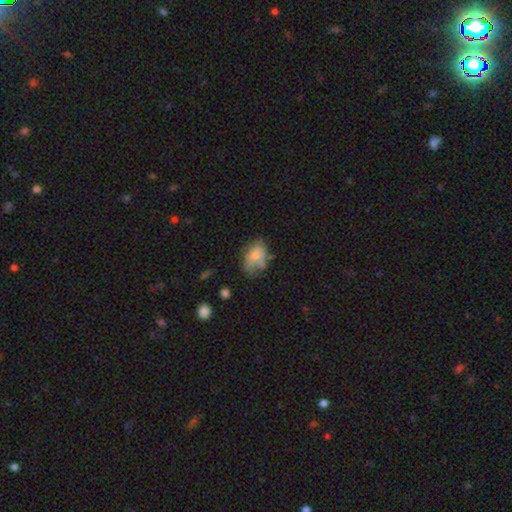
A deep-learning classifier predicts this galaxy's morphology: This is likely a smooth galaxy (69%). How rounded: clearly in between (84%). Merging: marginally none (43%).